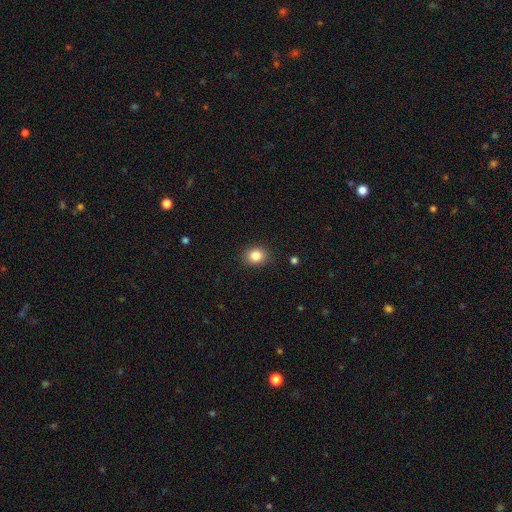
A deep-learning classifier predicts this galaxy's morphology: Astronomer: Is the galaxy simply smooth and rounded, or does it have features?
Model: smooth — 84%.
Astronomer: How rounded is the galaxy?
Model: round — 65%.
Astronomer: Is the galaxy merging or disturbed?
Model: none — 88%.